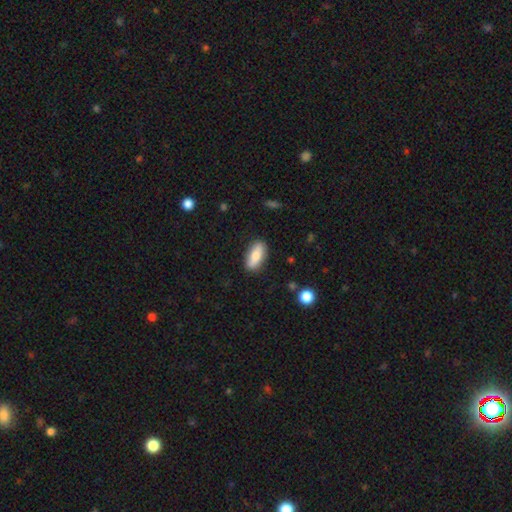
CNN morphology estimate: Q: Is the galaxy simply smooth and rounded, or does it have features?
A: smooth — 76%.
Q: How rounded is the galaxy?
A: in between — 80%.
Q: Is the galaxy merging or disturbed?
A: none — 86%.